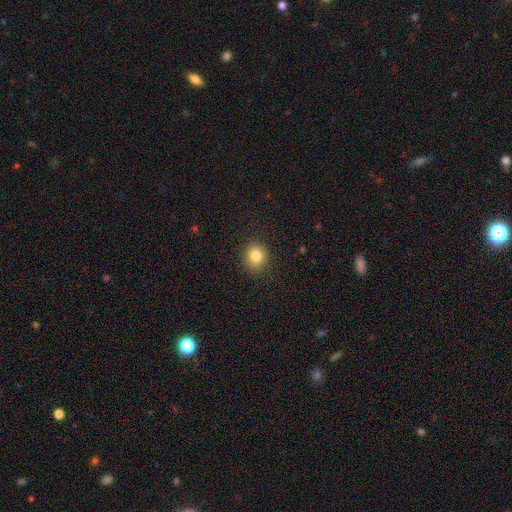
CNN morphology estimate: This appears to be a smooth galaxy with no disk features (82%) that is round (79%). Merging: none (89%).